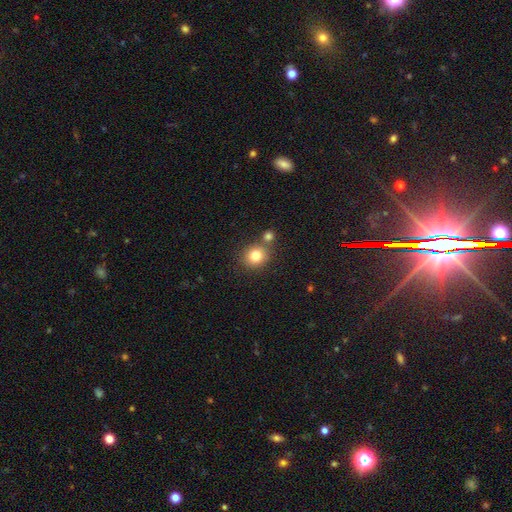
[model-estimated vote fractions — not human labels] Overall: smooth (81%). How rounded: round (83%). Merging: none (68%).